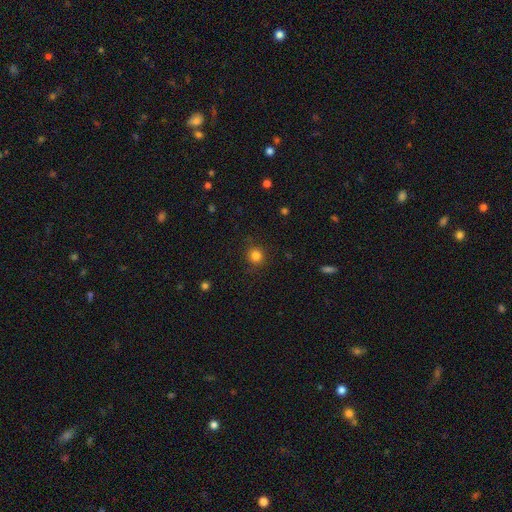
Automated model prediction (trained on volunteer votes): smooth-or-featured: smooth: 83% | star or artifact: 13% | featured or disk: 5%
  how-rounded: round: 92% | in between: 7% | cigar-shaped: 1%
  merging: none: 87% | minor disturbance: 8% | major disturbance: 3% | merger: 1%